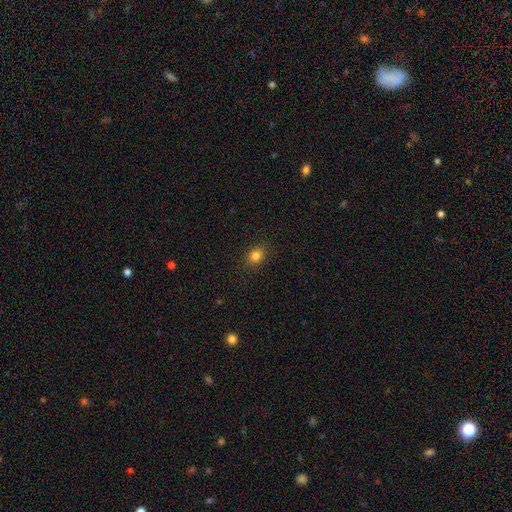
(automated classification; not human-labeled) A smooth galaxy with no disk features (82%) that is in between round and cigar-shaped (54%).

Vote fractions:
- Smooth or featured? smooth: 82% / star or artifact: 12% / featured or disk: 6%
- How rounded? in between: 54% / round: 45% / cigar-shaped: 1%
- Merging? none: 89% / minor disturbance: 8% / major disturbance: 2% / merger: 1%